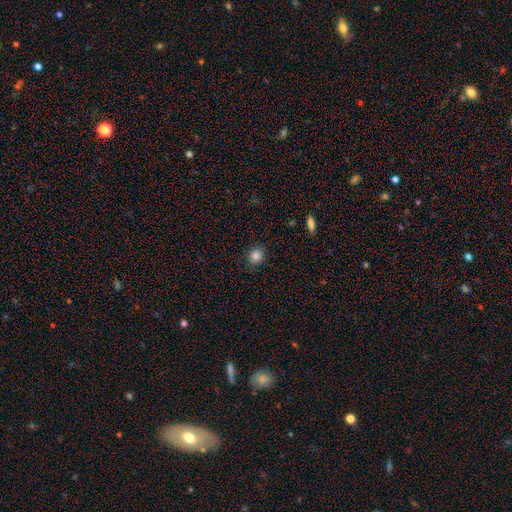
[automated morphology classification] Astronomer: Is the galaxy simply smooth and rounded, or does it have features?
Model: smooth — 84%.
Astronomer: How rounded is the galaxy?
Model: round — 78%.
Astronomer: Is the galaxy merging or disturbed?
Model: none — 87%.